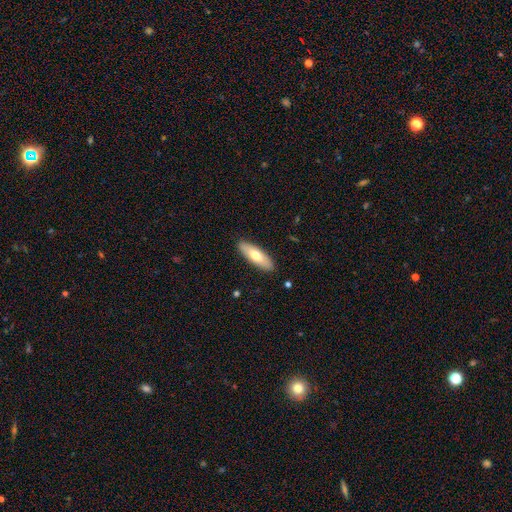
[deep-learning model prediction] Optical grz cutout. It shows a smooth galaxy with no disk features (66%) that is in between round and cigar-shaped (59%). Merging: none (90%).